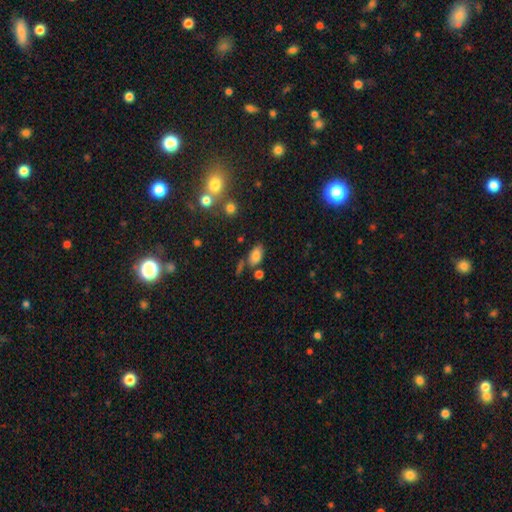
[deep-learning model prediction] Smooth or featured: smooth — 79% (star or artifact — 11%)
How rounded: in between — 92% (round — 6%)
Merging: none — 65% (minor disturbance — 17%)